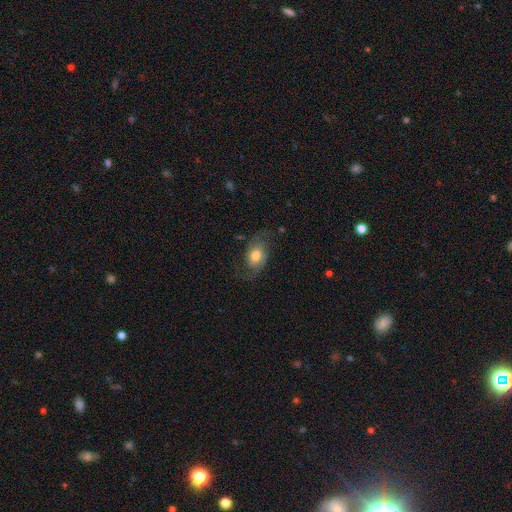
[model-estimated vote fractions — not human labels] Smooth or featured: featured or disk — 50% (smooth — 42%)
Merging: none — 62% (minor disturbance — 22%)